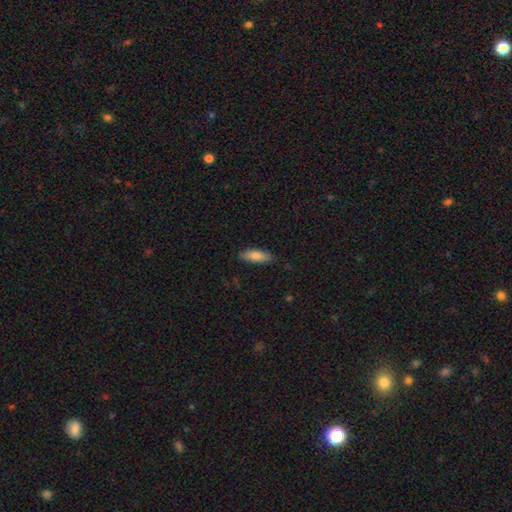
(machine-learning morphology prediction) A smooth galaxy with no disk features (82%) that is in between round and cigar-shaped (67%).

Vote fractions:
- Smooth or featured? smooth: 82% / featured or disk: 12% / star or artifact: 6%
- How rounded? in between: 67% / cigar-shaped: 31% / round: 2%
- Merging? none: 83% / minor disturbance: 13% / major disturbance: 2% / merger: 1%